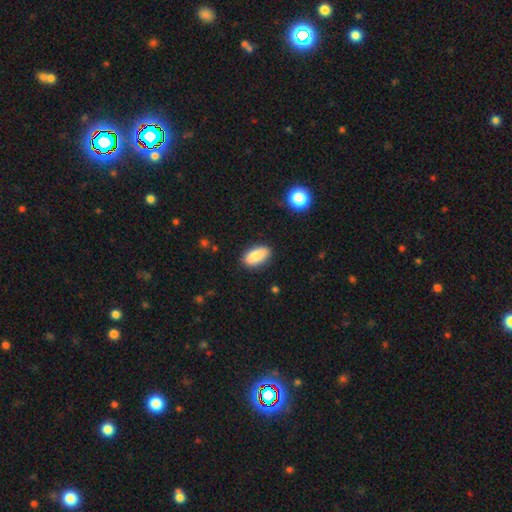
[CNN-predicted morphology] smooth_or_featured: smooth (p=0.85) [alt: featured or disk p=0.07]
how_rounded: in between (p=0.92) [alt: cigar-shaped p=0.05]
merging: none (p=0.86) [alt: minor disturbance p=0.11]